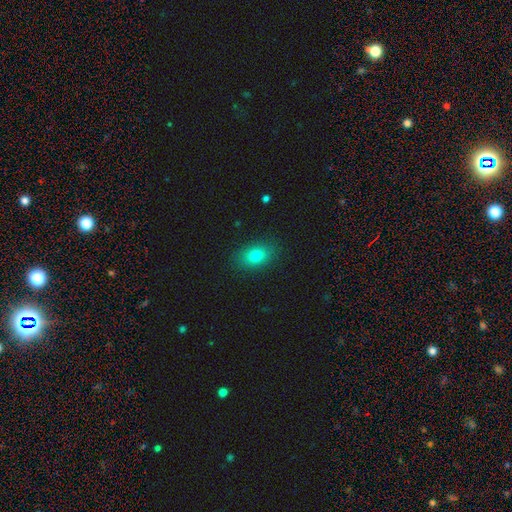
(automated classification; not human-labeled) Overall: smooth (79%). How rounded: in between (81%). Merging: none (87%).